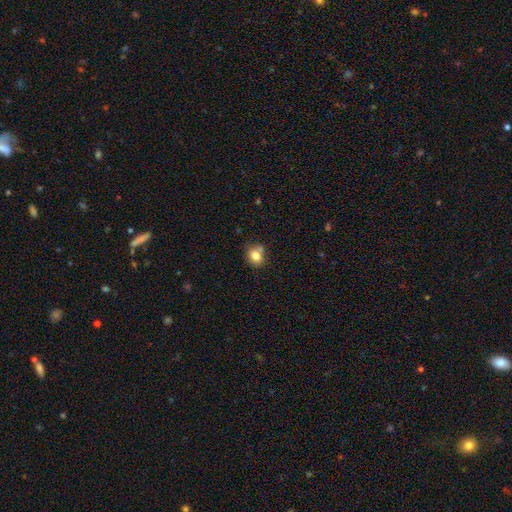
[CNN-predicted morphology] A smooth galaxy with no disk features (81%) that is round (68%).

Vote fractions:
- Smooth or featured? smooth: 81% / star or artifact: 10% / featured or disk: 9%
- How rounded? round: 68% / in between: 31% / cigar-shaped: 1%
- Merging? none: 63% / minor disturbance: 22% / merger: 10% / major disturbance: 5%